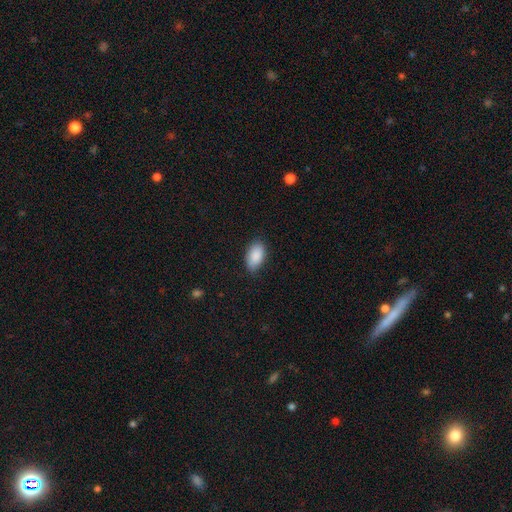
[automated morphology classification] type=smooth (89%); roundness=in between (94%); merging=none (83%).